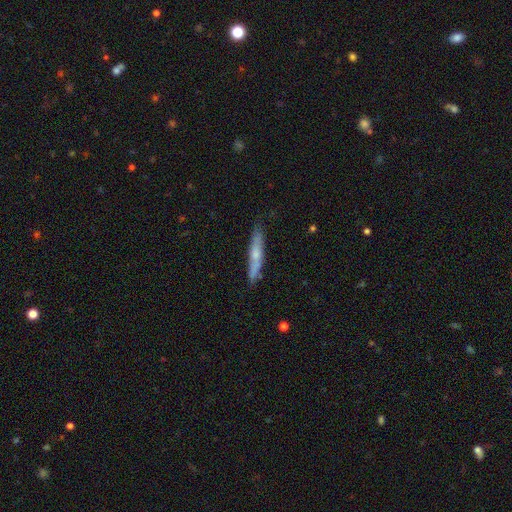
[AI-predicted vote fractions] smooth_or_featured: smooth (p=0.47) [tied with: featured or disk p=0.47]
merging: none (p=0.79) [alt: minor disturbance p=0.16]